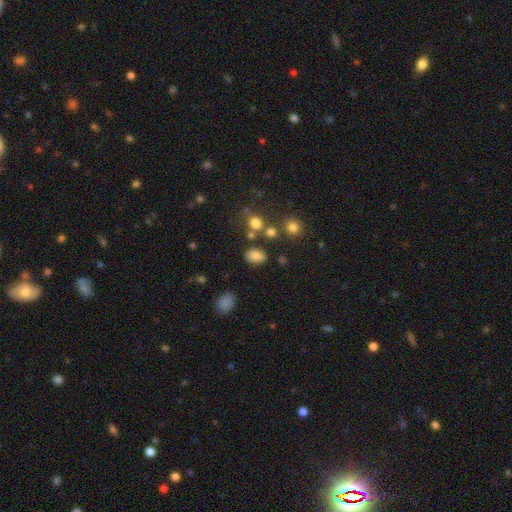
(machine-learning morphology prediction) type=smooth (80%); roundness=in between (78%); merging=none (75%).